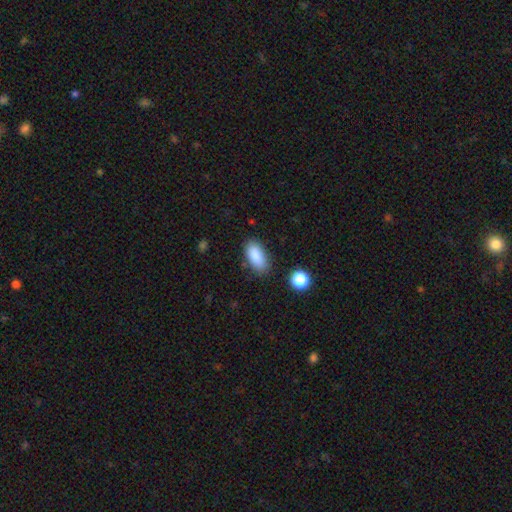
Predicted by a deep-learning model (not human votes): Overall: smooth (88%). How rounded: in between (91%). Merging: none (81%).